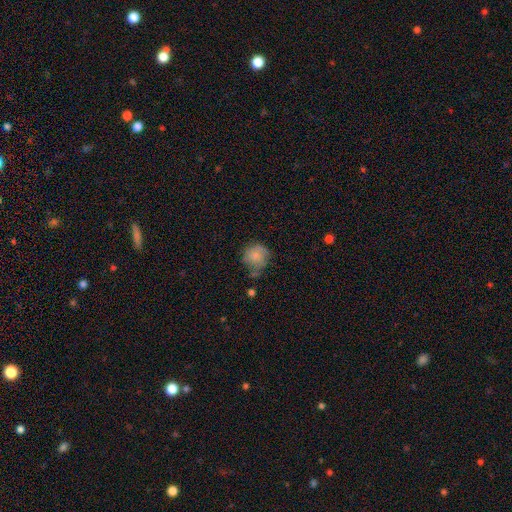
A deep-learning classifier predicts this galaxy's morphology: Smooth or featured? Predicted: smooth (p=0.72). How rounded? Predicted: round (p=0.82). Merging? Predicted: none (p=0.49).